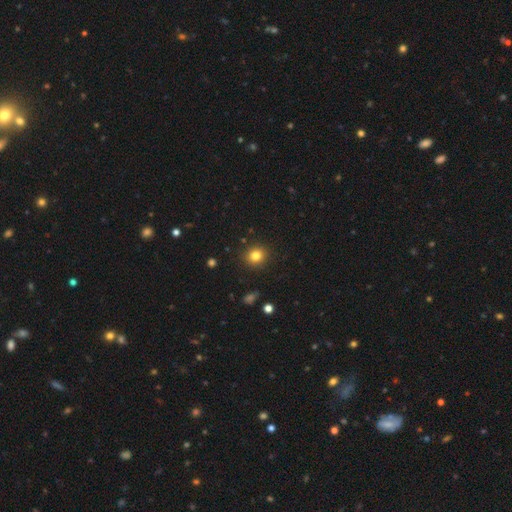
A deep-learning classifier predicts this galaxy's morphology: Smooth or featured? Predicted: smooth (p=0.81). How rounded? Predicted: round (p=0.84). Merging? Predicted: none (p=0.90).